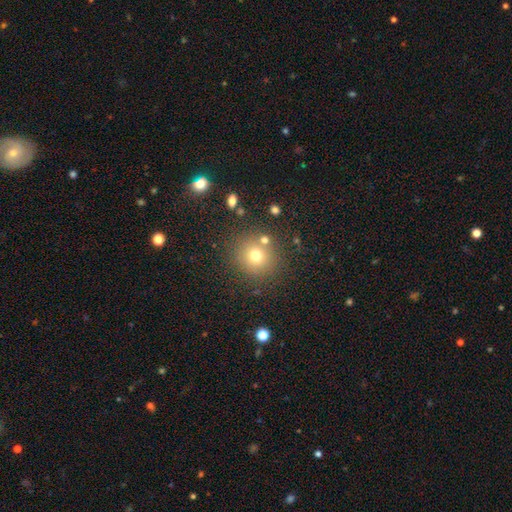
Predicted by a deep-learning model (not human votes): Smooth or featured? Predicted: smooth (p=0.71). How rounded? Predicted: round (p=0.91). Merging? Predicted: none (p=0.79).